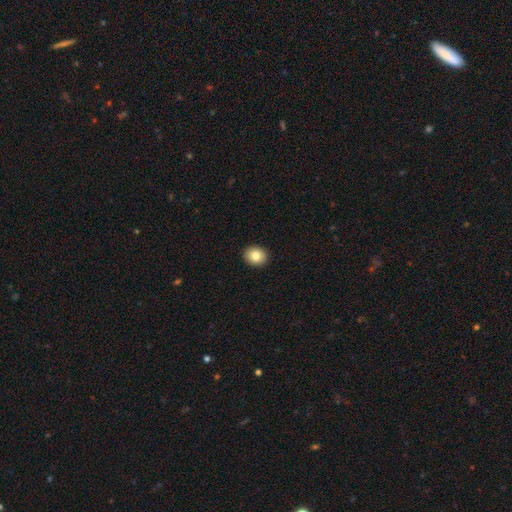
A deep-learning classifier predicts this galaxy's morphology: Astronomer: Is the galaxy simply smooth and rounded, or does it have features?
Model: smooth — 83%.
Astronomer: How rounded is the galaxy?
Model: round — 68%.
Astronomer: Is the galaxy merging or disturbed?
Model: none — 92%.